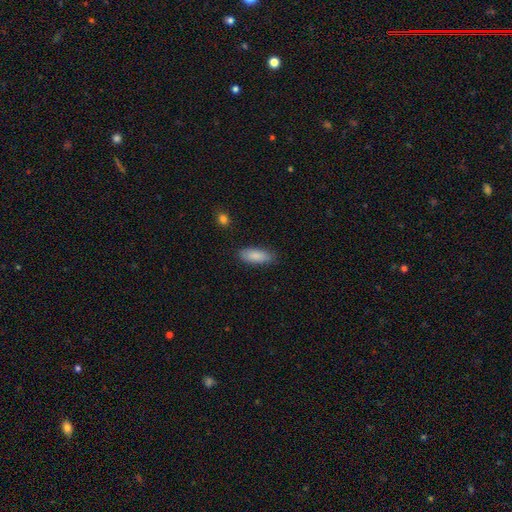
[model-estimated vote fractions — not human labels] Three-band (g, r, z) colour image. It shows a smooth galaxy with no disk features (87%) that is in between round and cigar-shaped (76%). Merging: none (83%).